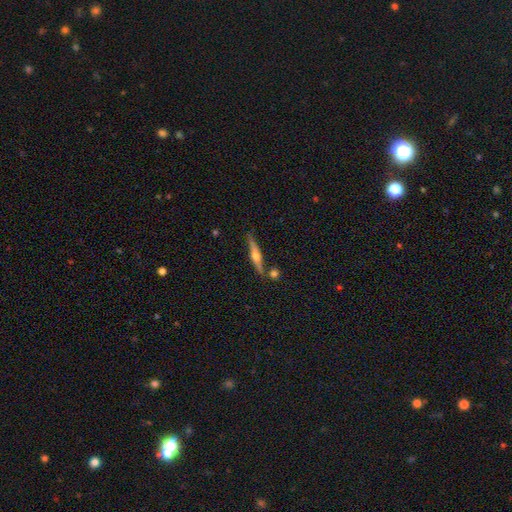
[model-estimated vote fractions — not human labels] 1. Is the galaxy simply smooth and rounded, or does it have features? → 69% featured or disk, 25% smooth, 6% star or artifact.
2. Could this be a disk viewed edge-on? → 97% yes, 3% no.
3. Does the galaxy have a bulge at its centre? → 91% rounded, 5% boxy, 4% none.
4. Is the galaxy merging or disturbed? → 78% none, 10% minor disturbance, 9% merger, 3% major disturbance.